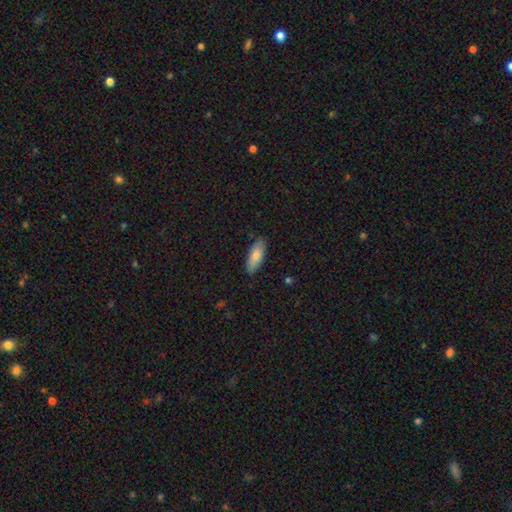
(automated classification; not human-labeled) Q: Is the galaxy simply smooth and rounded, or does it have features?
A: smooth — 82%.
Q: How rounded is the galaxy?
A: in between — 75%.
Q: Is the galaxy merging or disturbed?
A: none — 85%.